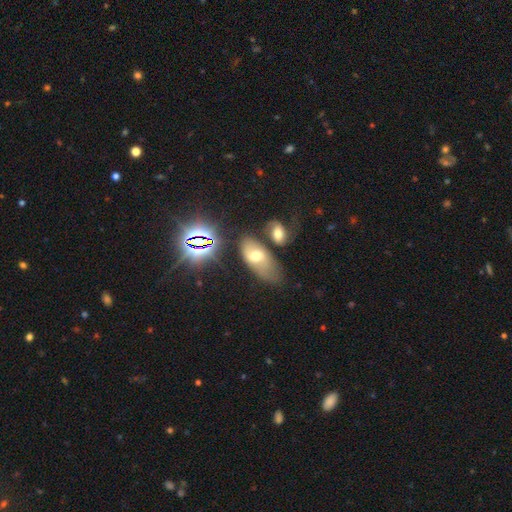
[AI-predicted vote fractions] Smooth or featured: smooth — 54% (featured or disk — 31%)
How rounded: in between — 90% (round — 6%)
Merging: none — 50% (minor disturbance — 21%)